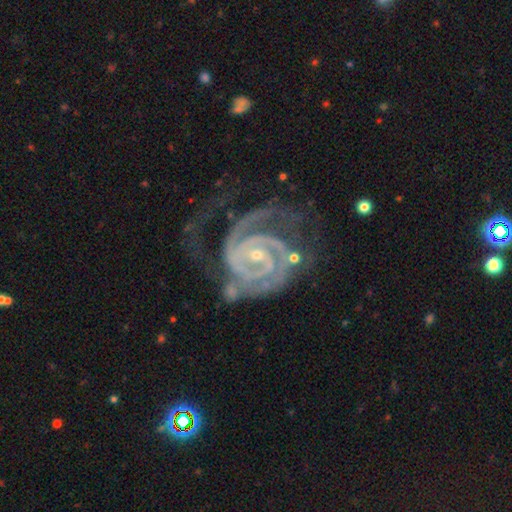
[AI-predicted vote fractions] The model was most divided on "bar": no: 42%, weak: 36%, strong: 22%. Remaining: spiral arms — yes (99%); edge-on disk — no (98%); smooth or featured — featured or disk (93%); bulge size — small (76%); spiral winding — tight (76%); spiral arm count — 2 (59%); merging — none (48%).